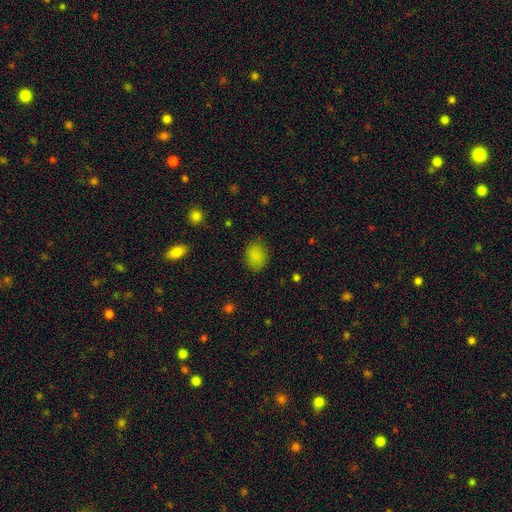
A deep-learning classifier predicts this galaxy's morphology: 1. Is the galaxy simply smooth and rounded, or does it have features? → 85% smooth, 10% star or artifact, 5% featured or disk.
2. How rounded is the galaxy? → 64% in between, 35% round, 1% cigar-shaped.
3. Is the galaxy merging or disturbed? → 81% none, 15% minor disturbance, 4% major disturbance, 1% merger.